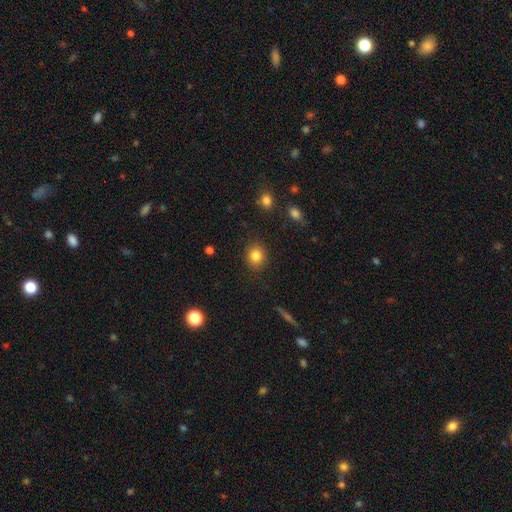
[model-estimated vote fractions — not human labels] Q: Smooth or featured?
A: smooth (84%); runner-up: star or artifact (10%)
Q: How rounded?
A: round (72%); runner-up: in between (27%)
Q: Merging?
A: none (88%); runner-up: minor disturbance (8%)